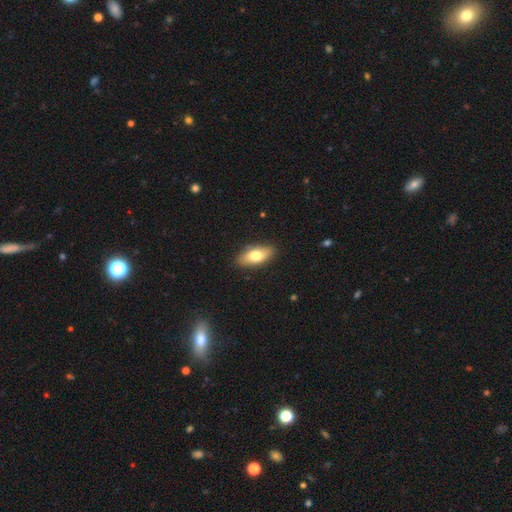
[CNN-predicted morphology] smooth_or_featured: smooth (p=0.73) [alt: featured or disk p=0.20]
how_rounded: in between (p=0.87) [alt: cigar-shaped p=0.10]
merging: none (p=0.87) [alt: minor disturbance p=0.09]